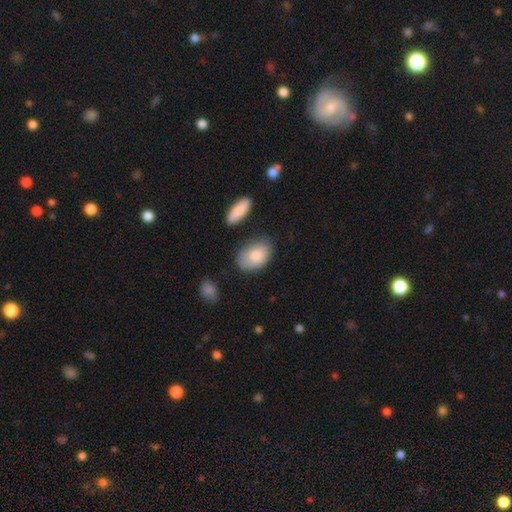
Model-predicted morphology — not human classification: smooth-or-featured: smooth: 80% | featured or disk: 14% | star or artifact: 6%
  how-rounded: in between: 88% | round: 10% | cigar-shaped: 1%
  merging: none: 69% | minor disturbance: 22% | major disturbance: 5% | merger: 4%